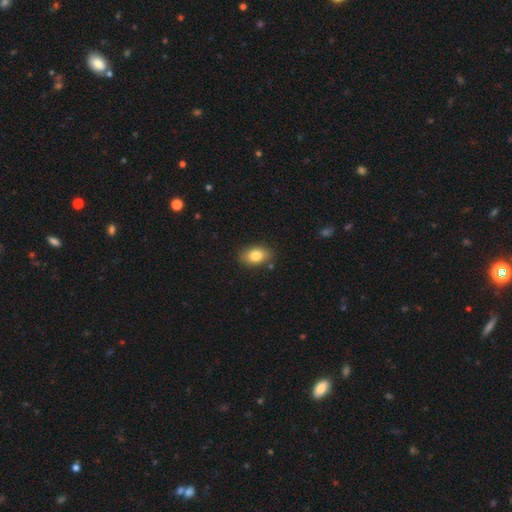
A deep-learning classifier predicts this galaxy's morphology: A smooth galaxy with no disk features (83%) that is in between round and cigar-shaped (87%). Merging: none (85%).